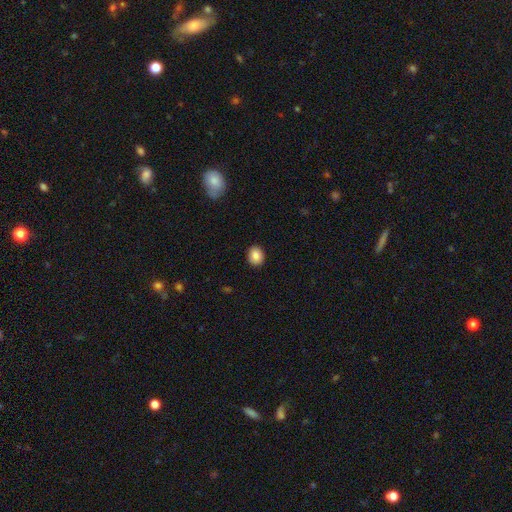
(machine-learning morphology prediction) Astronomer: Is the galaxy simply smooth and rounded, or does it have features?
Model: smooth — 86%.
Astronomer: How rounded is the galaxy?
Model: round — 62%.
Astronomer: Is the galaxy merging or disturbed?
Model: none — 90%.